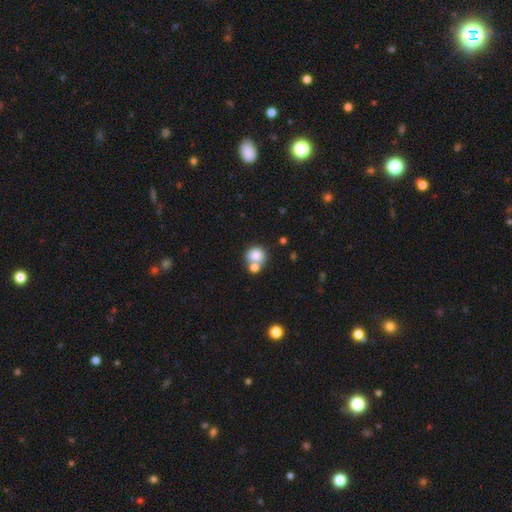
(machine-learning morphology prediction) Smooth or featured: smooth — 81% (star or artifact — 10%)
How rounded: round — 85% (in between — 14%)
Merging: none — 48% (merger — 38%)